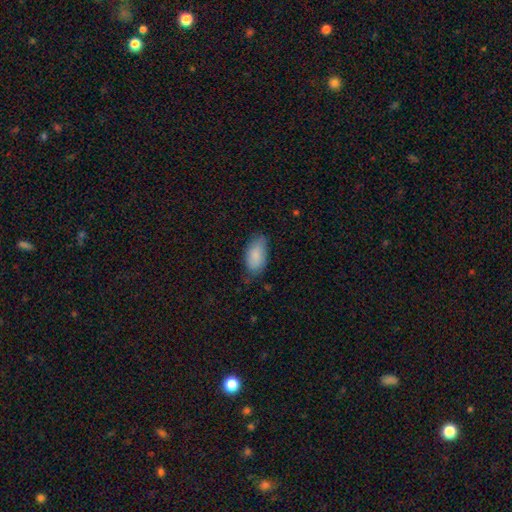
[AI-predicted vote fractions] Smooth or featured?
  - smooth: 85% *
  - featured or disk: 9%
  - star or artifact: 6%
How rounded?
  - in between: 93% *
  - cigar-shaped: 4%
  - round: 3%
Merging?
  - none: 67% *
  - minor disturbance: 27%
  - major disturbance: 5%
  - merger: 1%